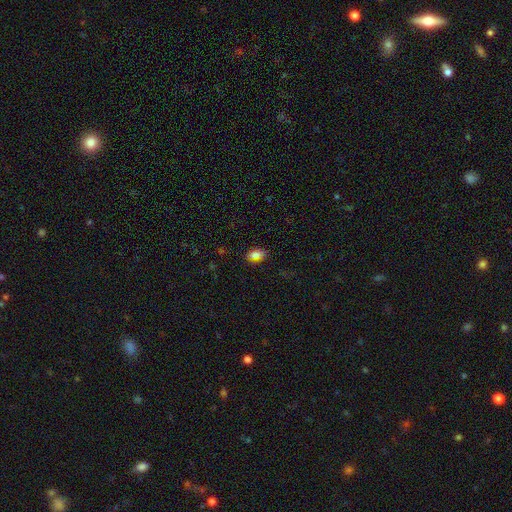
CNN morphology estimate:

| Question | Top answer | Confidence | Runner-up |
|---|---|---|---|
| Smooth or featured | smooth | 77% | star or artifact (13%) |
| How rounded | in between | 84% | round (11%) |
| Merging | none | 85% | minor disturbance (11%) |